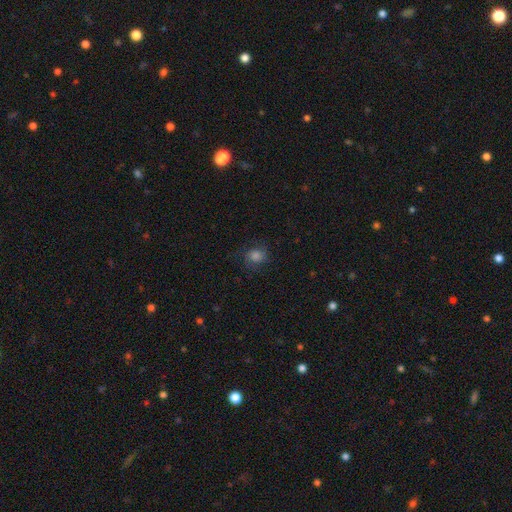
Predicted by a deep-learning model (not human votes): Smooth or featured: smooth — 60% (featured or disk — 23%)
How rounded: round — 73% (in between — 26%)
Merging: none — 71% (minor disturbance — 18%)